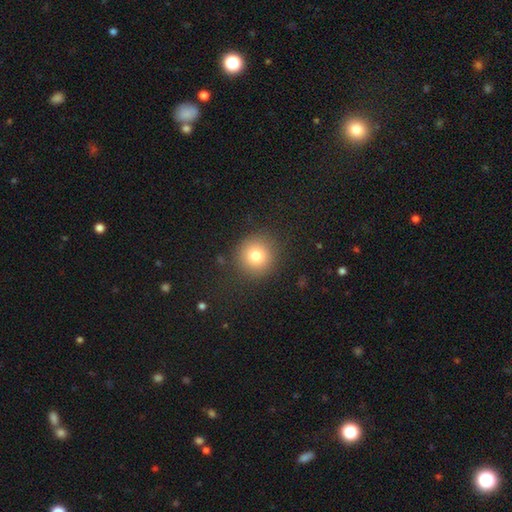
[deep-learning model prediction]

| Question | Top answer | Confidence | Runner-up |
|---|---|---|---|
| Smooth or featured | smooth | 79% | star or artifact (12%) |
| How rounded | round | 92% | in between (7%) |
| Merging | none | 88% | minor disturbance (7%) |